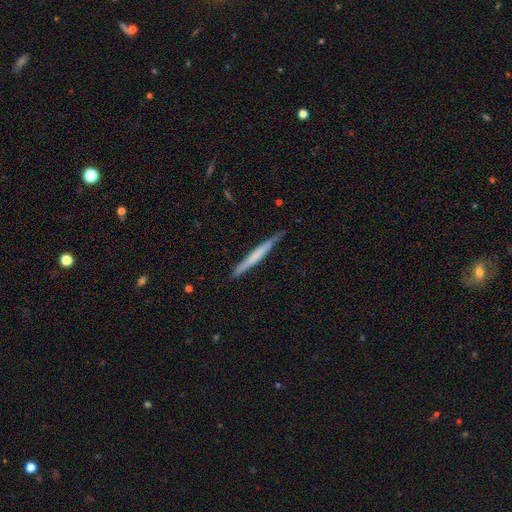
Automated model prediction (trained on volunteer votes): Smooth or featured? Predicted: smooth (p=0.49). Merging? Predicted: none (p=0.83).